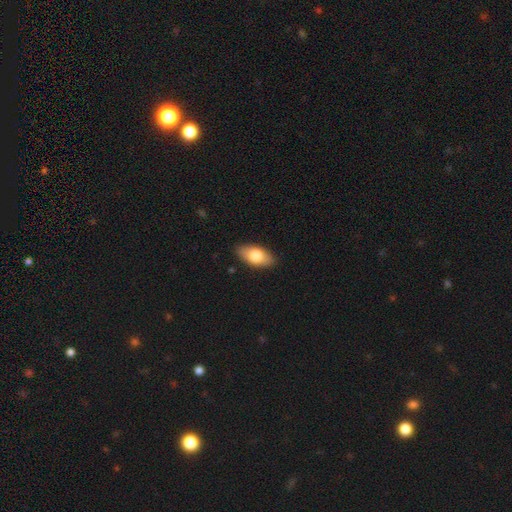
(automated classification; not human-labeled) A smooth galaxy with no disk features (76%) that is in between round and cigar-shaped (91%). Merging: none (87%).